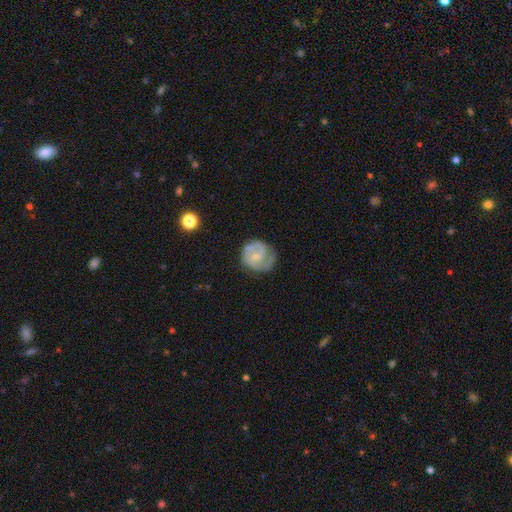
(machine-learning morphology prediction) Smooth or featured? featured or disk (72%)
Edge-on disk? no (98%)
Bar? no (53%)
Spiral arms? yes (91%)
Spiral winding? tight (45%)
Spiral arm count? 2 (65%)
Bulge size? small (55%)
Merging? none (66%)